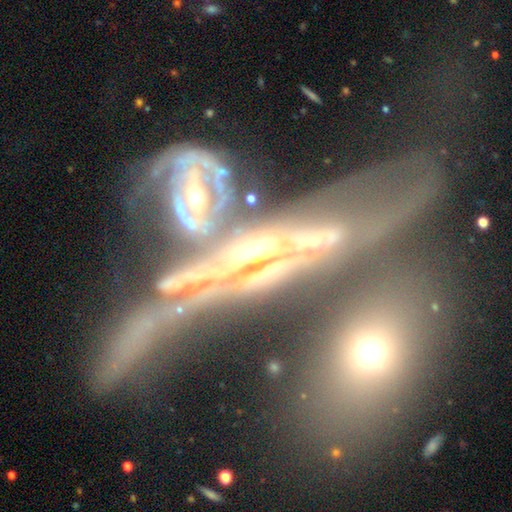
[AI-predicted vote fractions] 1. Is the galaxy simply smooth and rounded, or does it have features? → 77% featured or disk, 12% star or artifact, 11% smooth.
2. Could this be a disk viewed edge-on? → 56% no, 44% yes.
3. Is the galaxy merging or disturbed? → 46% merger, 25% major disturbance, 18% none, 11% minor disturbance.